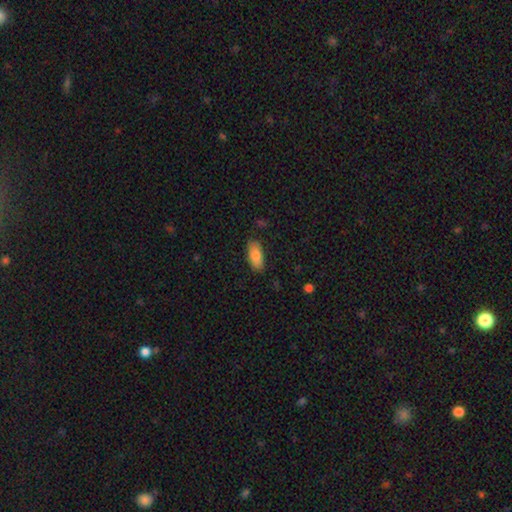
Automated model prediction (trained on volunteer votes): Smooth or featured? smooth (86%)
How rounded? in between (87%)
Merging? none (84%)